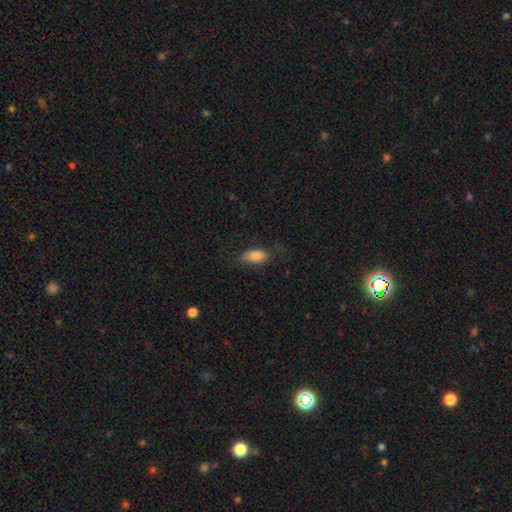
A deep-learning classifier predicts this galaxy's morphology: The model was most divided on "merging": none: 74%, minor disturbance: 18%, major disturbance: 6%, merger: 1%. More confident: how rounded — in between (88%); smooth or featured — smooth (84%).